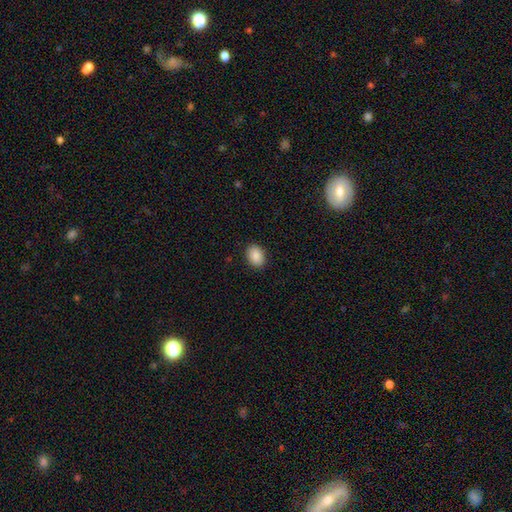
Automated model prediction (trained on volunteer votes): Morphology: type=smooth (90%); roundness=in between (81%); merging=none (90%).